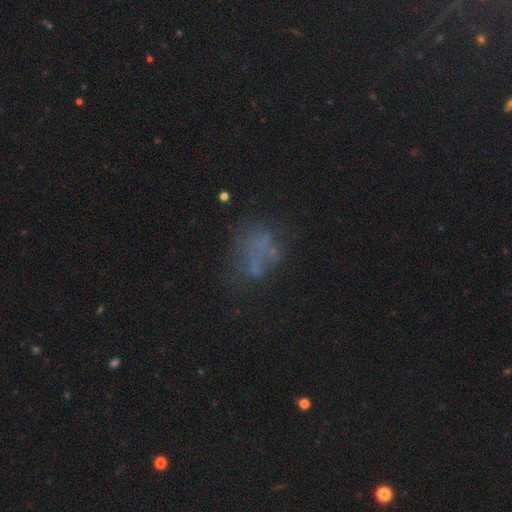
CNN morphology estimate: This is marginally a featured or disk galaxy (38%). Merging: possibly none (49%).